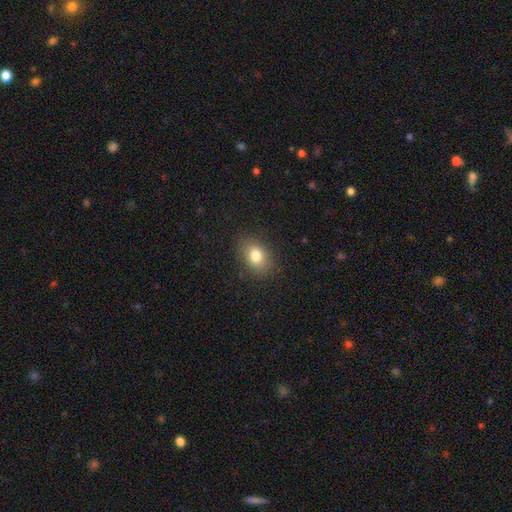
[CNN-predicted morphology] Smooth or featured: smooth — 80% (star or artifact — 10%)
How rounded: in between — 69% (round — 29%)
Merging: none — 84% (minor disturbance — 11%)